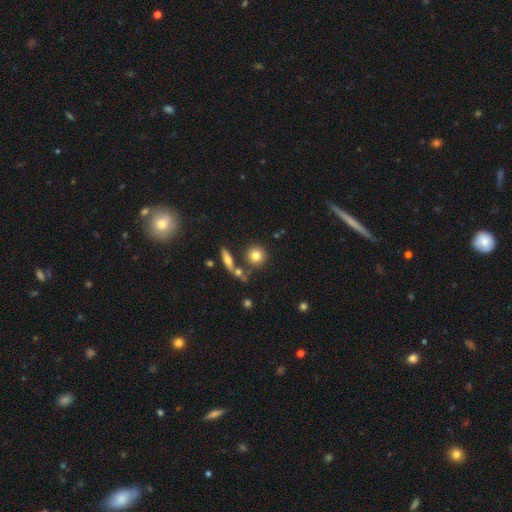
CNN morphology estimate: smooth-or-featured: smooth: 78% | featured or disk: 12% | star or artifact: 10%
  how-rounded: round: 88% | in between: 10% | cigar-shaped: 2%
  merging: none: 75% | merger: 13% | minor disturbance: 9% | major disturbance: 3%